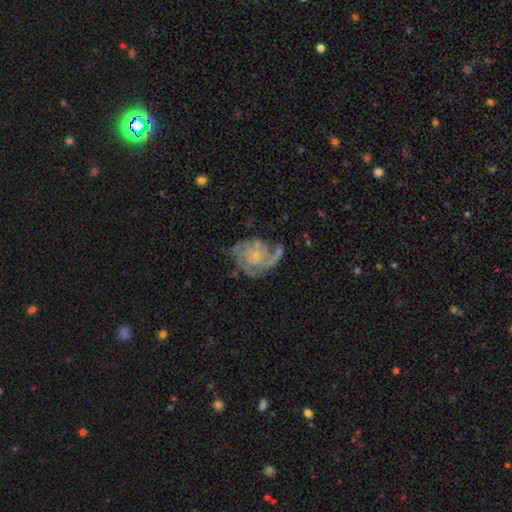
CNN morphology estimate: The model was most divided on "spiral winding": tight: 51%, medium: 36%, loose: 13%. Remaining: edge-on disk — no (98%); spiral arms — yes (92%); smooth or featured — featured or disk (83%); bar — no (76%); bulge size — small (73%); merging — none (47%); spiral arm count — 2 (39%).